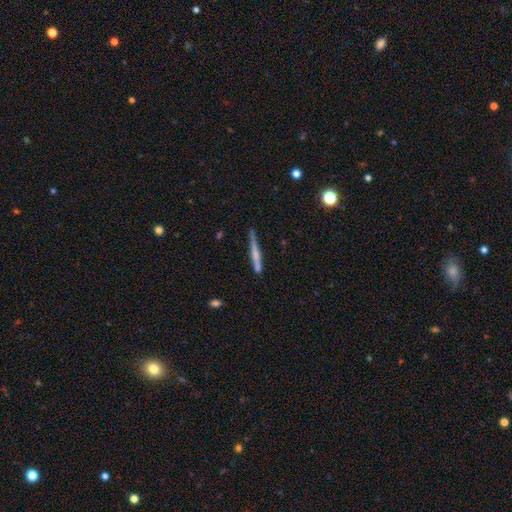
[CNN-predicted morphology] Smooth or featured?
  - featured or disk: 50% *
  - smooth: 43%
  - star or artifact: 7%
Merging?
  - none: 73% *
  - minor disturbance: 19%
  - merger: 5%
  - major disturbance: 4%